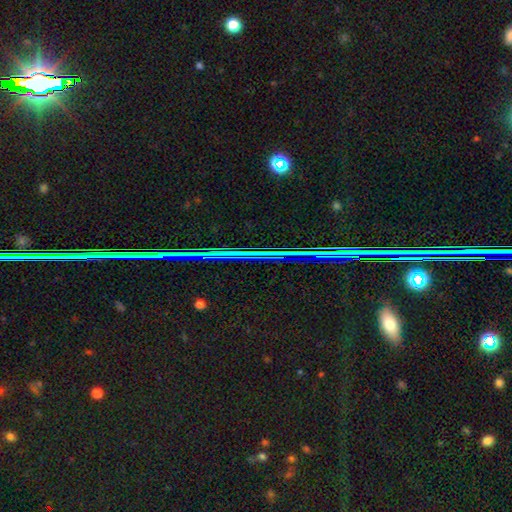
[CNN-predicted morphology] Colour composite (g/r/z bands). It shows a star or artifact, not a galaxy (84%).